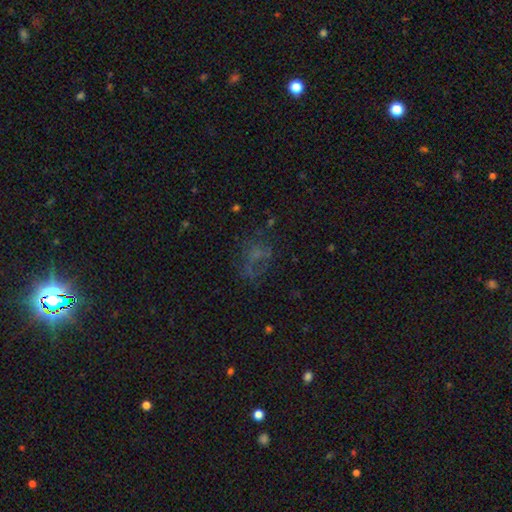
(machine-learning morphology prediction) A star or artifact, not a galaxy (35%).

Vote fractions:
- Smooth or featured? star or artifact: 35% / featured or disk: 33% / smooth: 32%